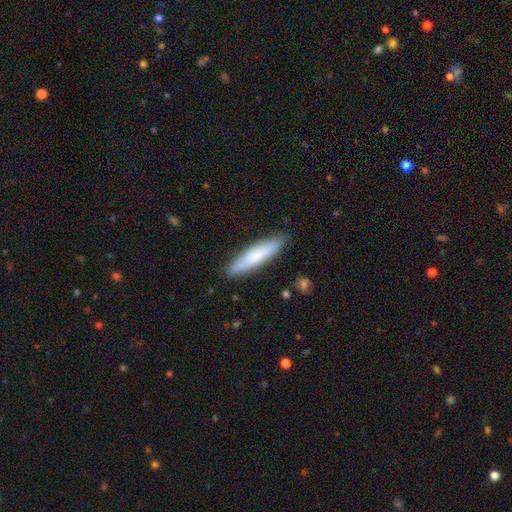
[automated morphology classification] The model was most divided on "smooth or featured": smooth: 74%, featured or disk: 21%, star or artifact: 5%. More confident: merging — none (88%); how rounded — cigar-shaped (84%).